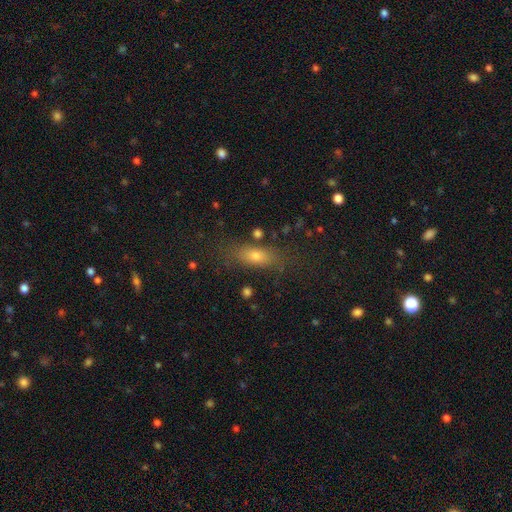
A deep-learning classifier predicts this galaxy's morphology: Q: Smooth or featured?
A: smooth (67%); runner-up: featured or disk (19%)
Q: How rounded?
A: in between (62%); runner-up: cigar-shaped (31%)
Q: Merging?
A: none (77%); runner-up: minor disturbance (14%)